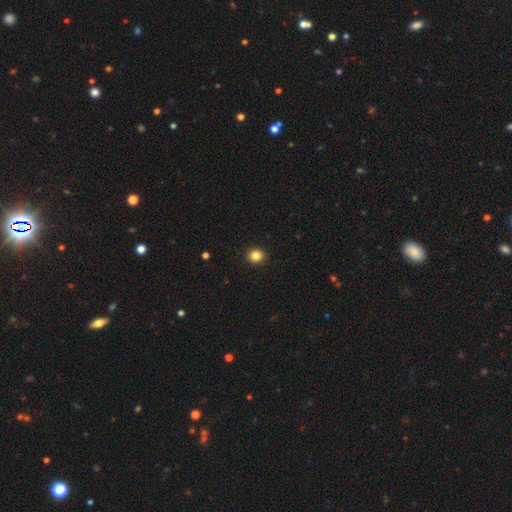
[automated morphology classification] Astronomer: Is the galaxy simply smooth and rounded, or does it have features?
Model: smooth — 84%.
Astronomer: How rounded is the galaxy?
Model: round — 84%.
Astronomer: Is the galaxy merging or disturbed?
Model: none — 93%.